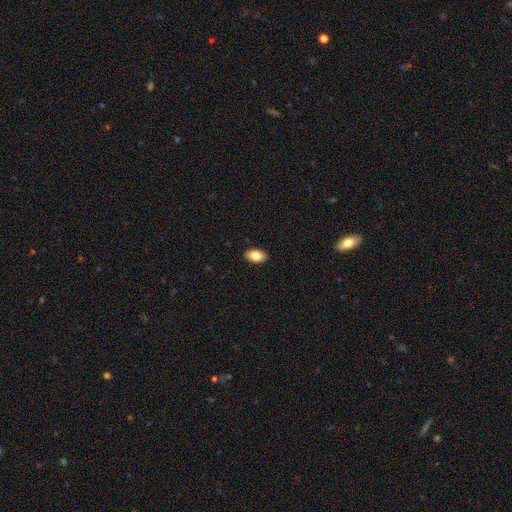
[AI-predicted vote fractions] Smooth or featured: smooth — 84% (featured or disk — 9%)
How rounded: in between — 92% (round — 6%)
Merging: none — 90% (minor disturbance — 8%)